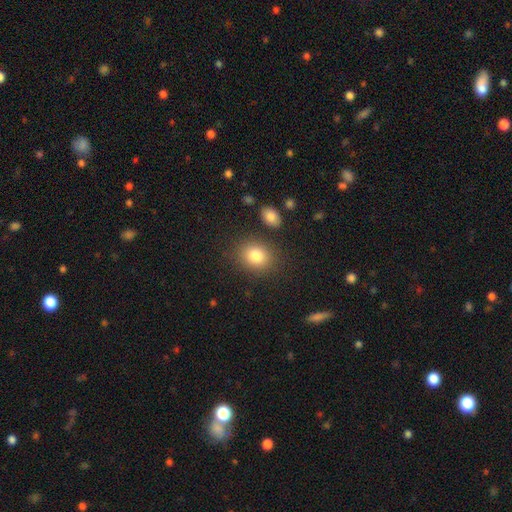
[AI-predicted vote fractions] Q: Smooth or featured?
A: smooth (82%); runner-up: star or artifact (10%)
Q: How rounded?
A: round (53%); runner-up: in between (46%)
Q: Merging?
A: none (82%); runner-up: minor disturbance (10%)